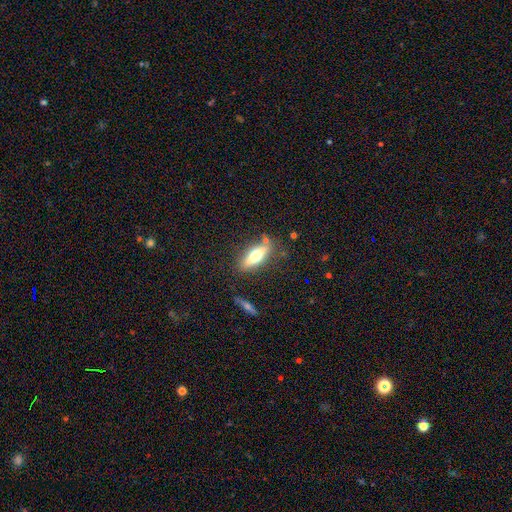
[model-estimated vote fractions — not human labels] Smooth or featured? smooth (57%)
How rounded? in between (52%)
Merging? none (79%)